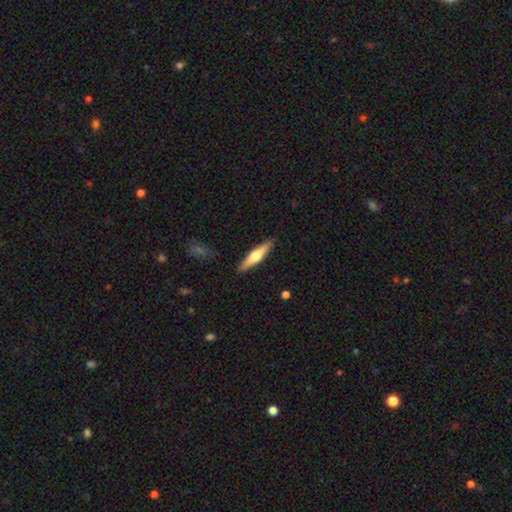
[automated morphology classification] Overall: featured or disk (55%; smooth 39%). Edge-on disk: yes (96%). Edge-on bulge: rounded (92%). Merging: none (90%).